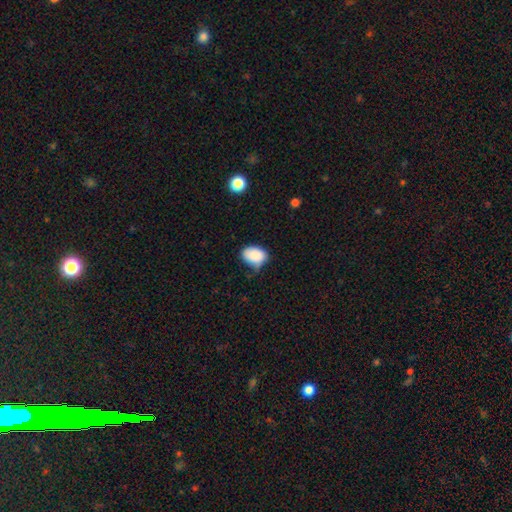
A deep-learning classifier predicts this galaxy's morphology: Smooth or featured? Predicted: smooth (p=0.87). How rounded? Predicted: in between (p=0.80). Merging? Predicted: none (p=0.52).